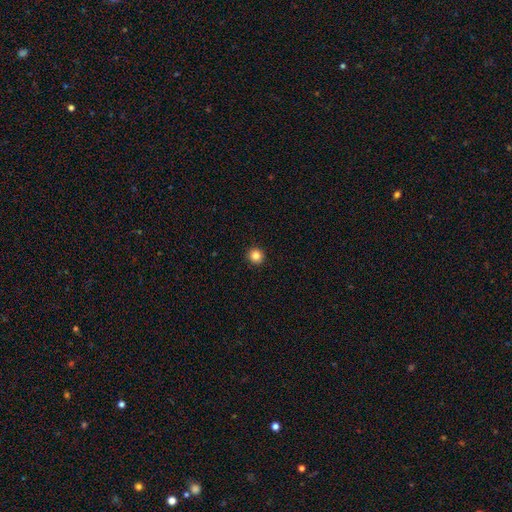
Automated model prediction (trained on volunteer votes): Smooth or featured? smooth (85%)
How rounded? round (95%)
Merging? none (93%)